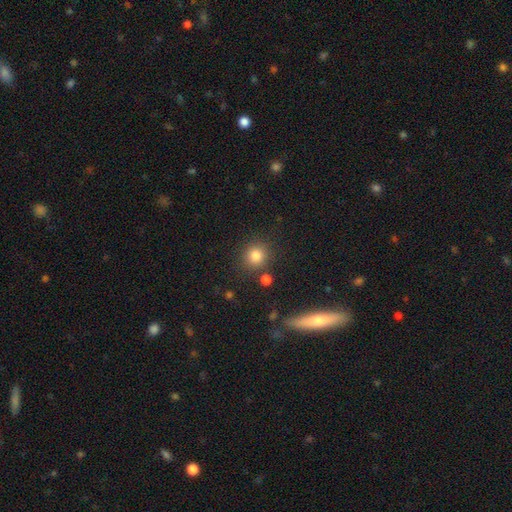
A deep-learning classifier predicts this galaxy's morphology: type=smooth (83%); roundness=round (88%); merging=none (83%).